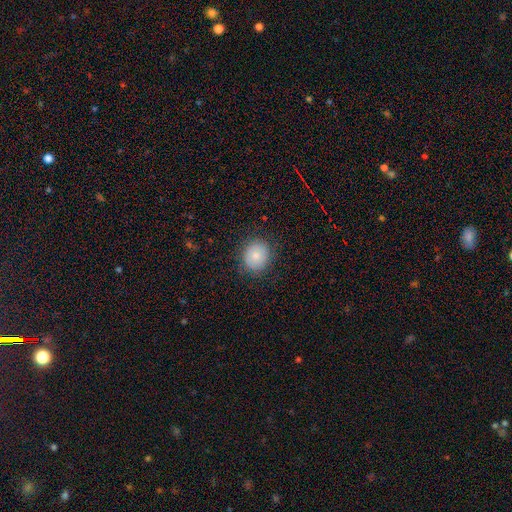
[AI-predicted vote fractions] Smooth or featured? Predicted: smooth (p=0.80). How rounded? Predicted: round (p=0.76). Merging? Predicted: none (p=0.85).